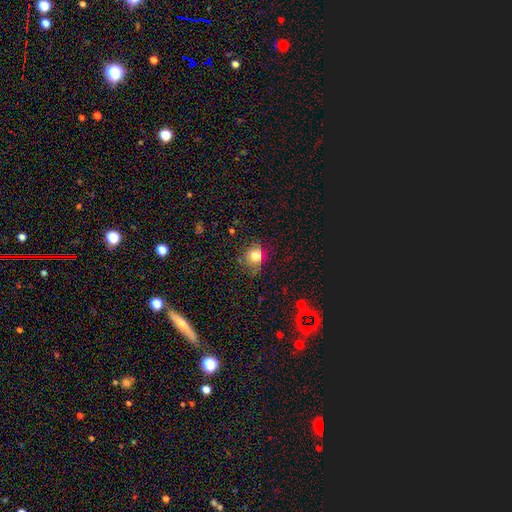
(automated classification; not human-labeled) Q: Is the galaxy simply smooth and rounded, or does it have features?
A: smooth — 78%.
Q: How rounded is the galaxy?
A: round — 79%.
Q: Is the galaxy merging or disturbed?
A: none — 72%.